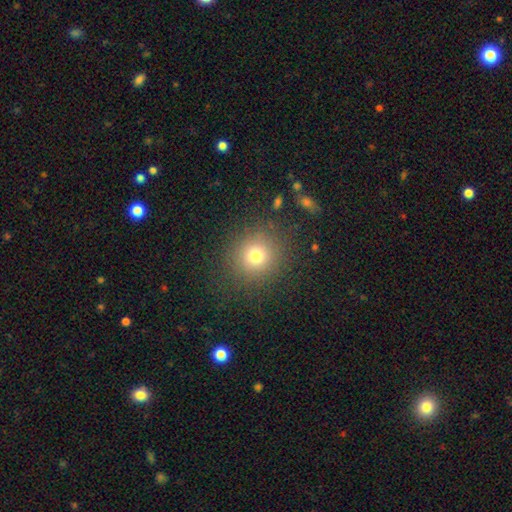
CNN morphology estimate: This appears to be a smooth galaxy with no disk features (74%) that is round (89%). Merging: none (85%).